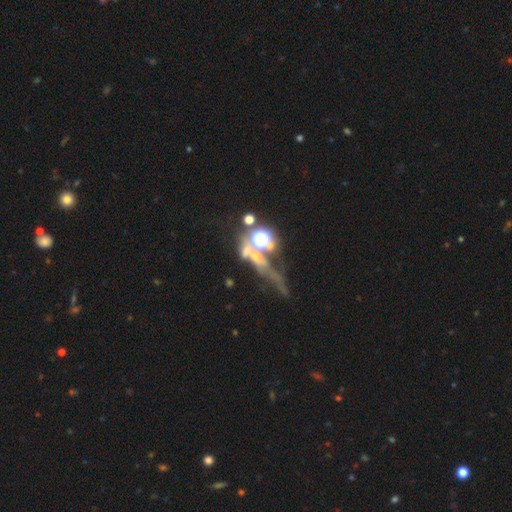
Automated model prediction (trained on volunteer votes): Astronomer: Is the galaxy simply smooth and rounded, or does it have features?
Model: star or artifact — 54%.